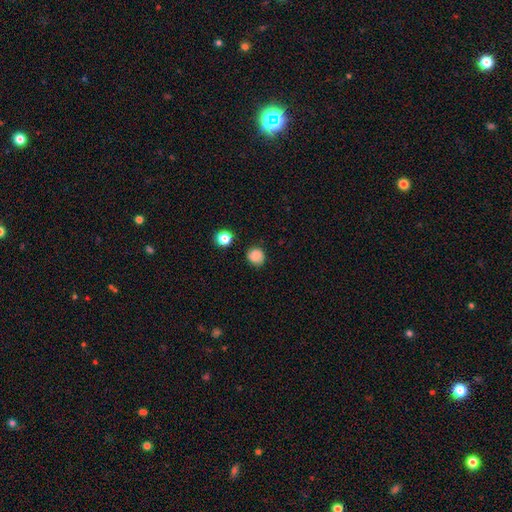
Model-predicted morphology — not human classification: Smooth or featured: smooth — 84% (star or artifact — 11%)
How rounded: round — 85% (in between — 14%)
Merging: none — 81% (minor disturbance — 14%)